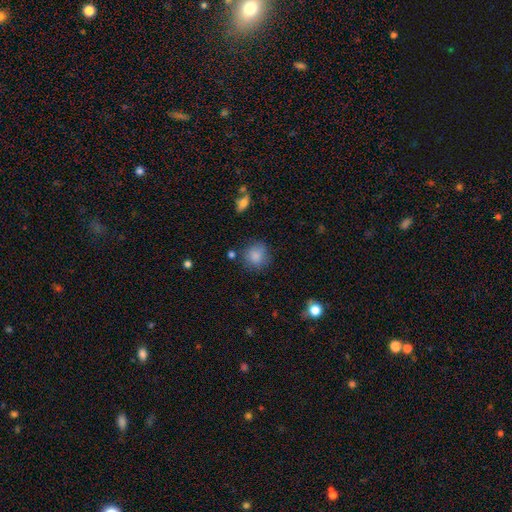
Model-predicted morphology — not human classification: Smooth or featured? smooth (85%)
How rounded? round (87%)
Merging? none (77%)